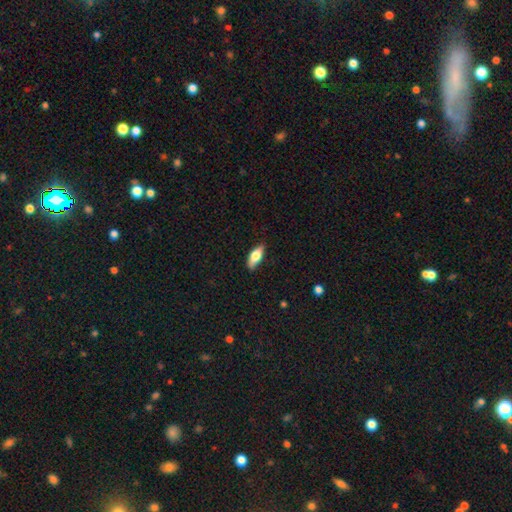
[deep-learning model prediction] smooth_or_featured: smooth (p=0.66) [alt: featured or disk p=0.28]
how_rounded: in between (p=0.74) [alt: cigar-shaped p=0.23]
merging: none (p=0.79) [alt: minor disturbance p=0.17]